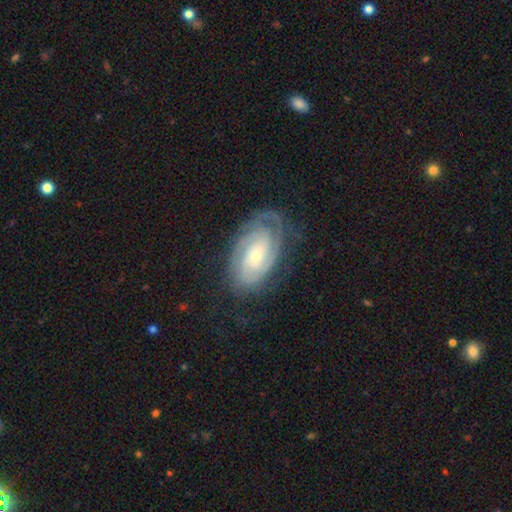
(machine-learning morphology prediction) This appears to be a featured or disk galaxy (85%) with no bar (62%), 2 (40%) tight (74%) spiral arms (96%) and a small central bulge (59%). Merging: none (72%).